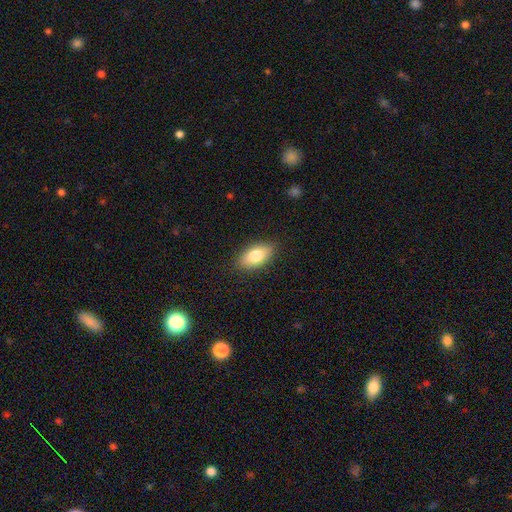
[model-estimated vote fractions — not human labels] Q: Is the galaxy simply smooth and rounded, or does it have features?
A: smooth — 80%.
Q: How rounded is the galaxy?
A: in between — 90%.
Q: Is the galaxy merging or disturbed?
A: none — 87%.